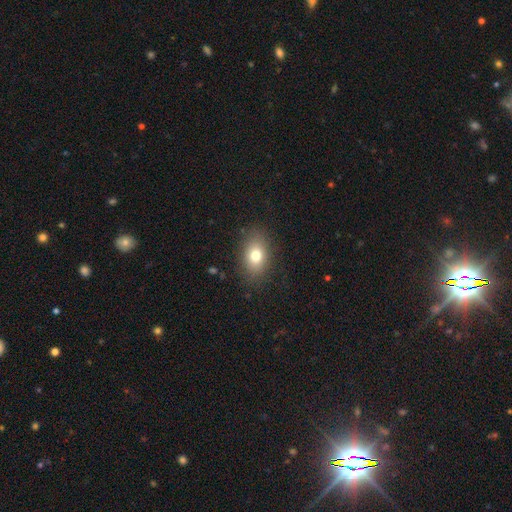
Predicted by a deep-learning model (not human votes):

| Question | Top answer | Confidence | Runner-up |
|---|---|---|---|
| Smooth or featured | smooth | 77% | featured or disk (13%) |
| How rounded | in between | 79% | round (19%) |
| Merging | none | 83% | minor disturbance (12%) |